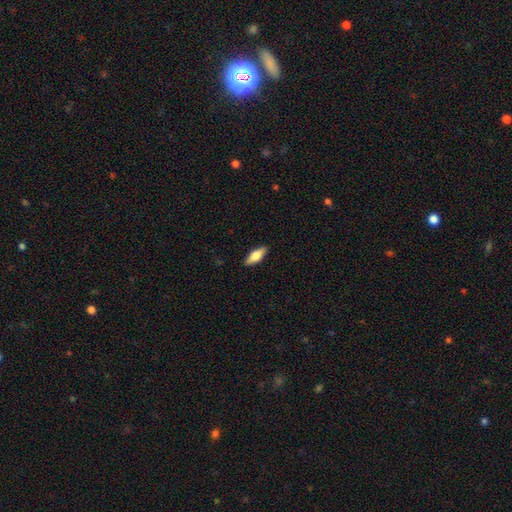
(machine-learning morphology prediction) type=smooth (66%); roundness=in between (65%); merging=none (89%).